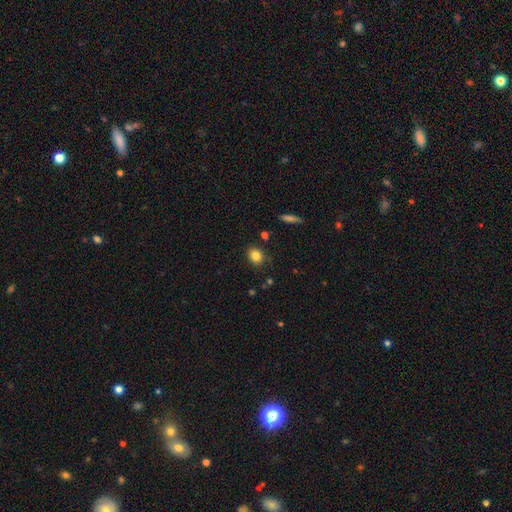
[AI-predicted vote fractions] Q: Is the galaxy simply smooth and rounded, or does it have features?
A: smooth — 83%.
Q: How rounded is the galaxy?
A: round — 54%.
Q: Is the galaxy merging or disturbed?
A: none — 85%.